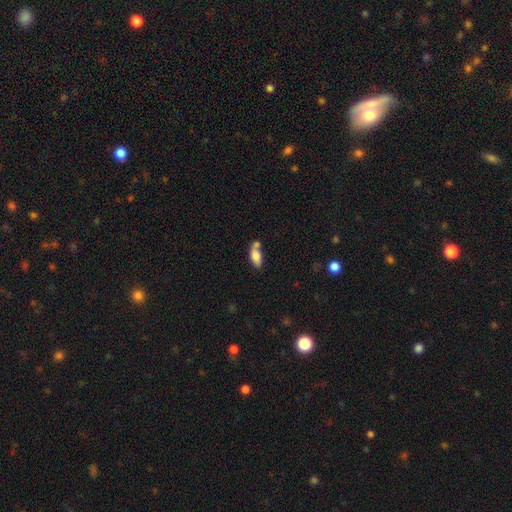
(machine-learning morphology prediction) type=smooth (78%); roundness=in between (85%); merging=none (48%).